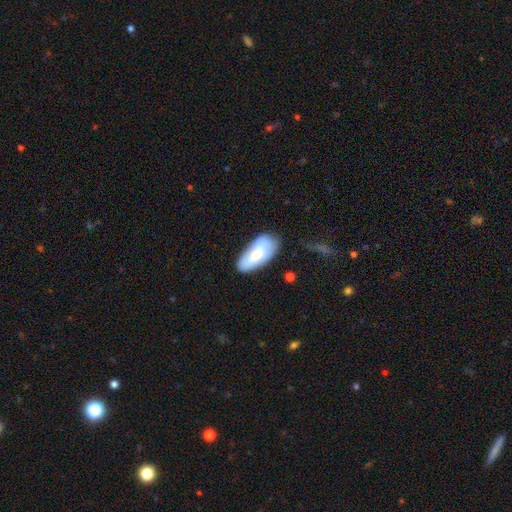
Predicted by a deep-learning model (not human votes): A smooth galaxy with no disk features (64%) that is in between round and cigar-shaped (88%).

Vote fractions:
- Smooth or featured? smooth: 64% / featured or disk: 29% / star or artifact: 7%
- How rounded? in between: 88% / cigar-shaped: 10% / round: 2%
- Merging? none: 66% / minor disturbance: 23% / major disturbance: 6% / merger: 5%